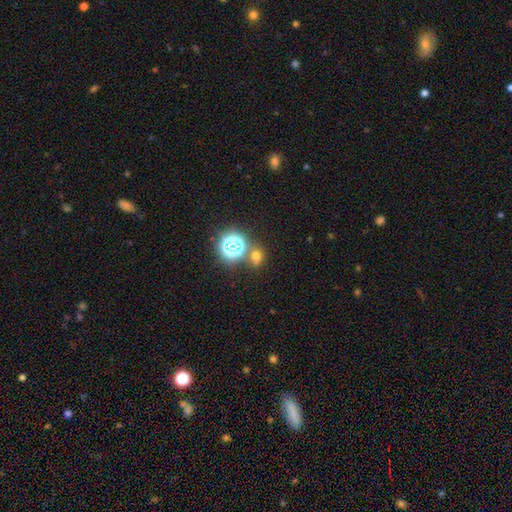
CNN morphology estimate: Smooth or featured: smooth — 55% (star or artifact — 35%)
How rounded: round — 62% (in between — 36%)
Merging: none — 65% (merger — 19%)